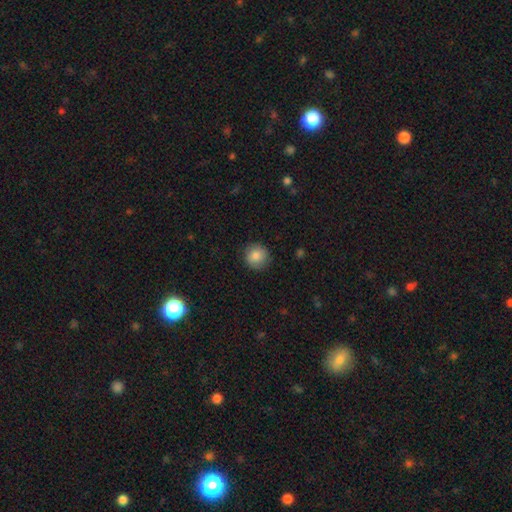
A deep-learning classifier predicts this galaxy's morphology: Smooth or featured? Predicted: smooth (p=0.83). How rounded? Predicted: round (p=0.92). Merging? Predicted: none (p=0.87).